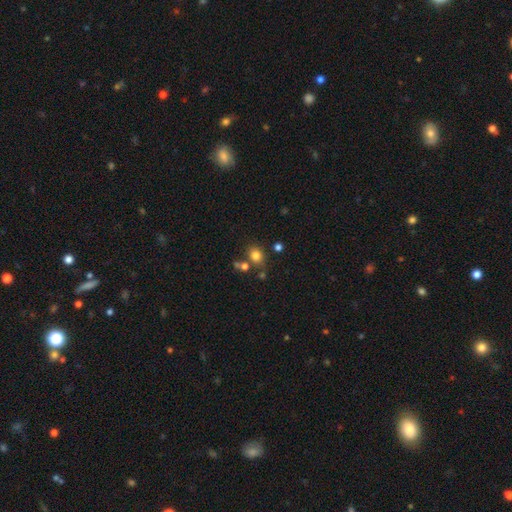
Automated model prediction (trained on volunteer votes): The model was most divided on "how rounded": round: 67%, in between: 32%, cigar-shaped: 1%. More confident: smooth or featured — smooth (79%); merging — none (71%).